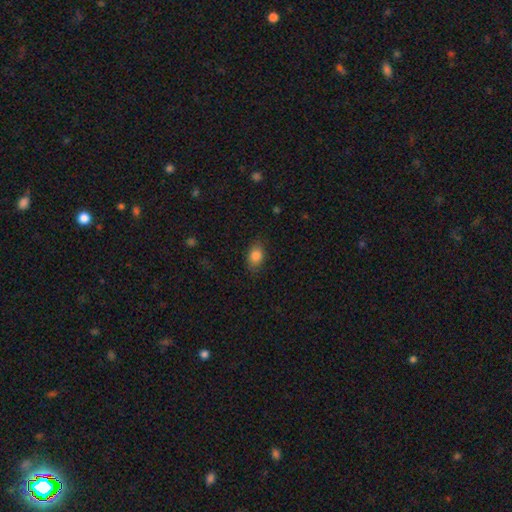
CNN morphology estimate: Smooth or featured? Predicted: smooth (p=0.85). How rounded? Predicted: in between (p=0.83). Merging? Predicted: none (p=0.82).